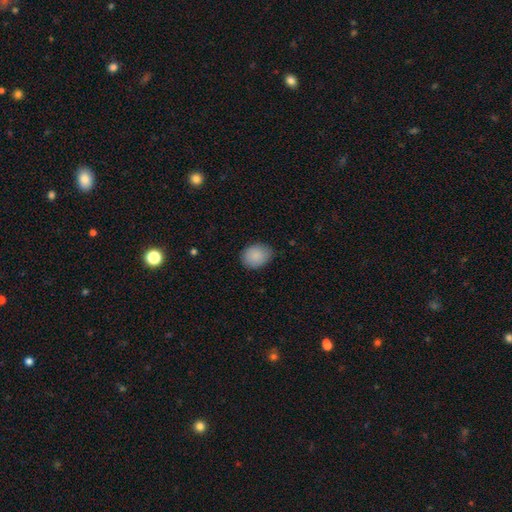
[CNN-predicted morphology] Overall: smooth (88%). How rounded: in between (60%; round 39%). Merging: none (80%).